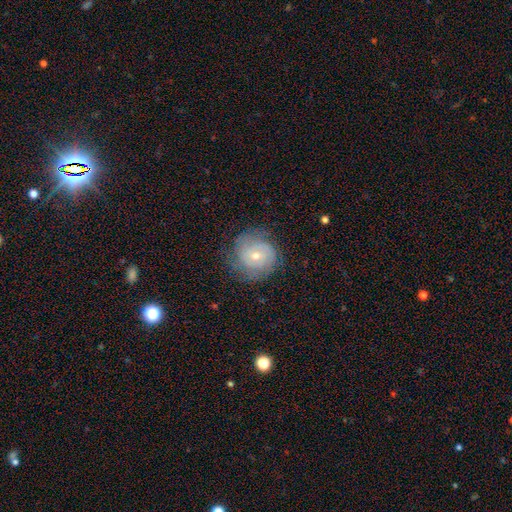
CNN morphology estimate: type=featured or disk (61%); edge-on=no (97%); bar=no (69%); spiral arms=yes (82%); bulge=small (54%); merging=none (75%).